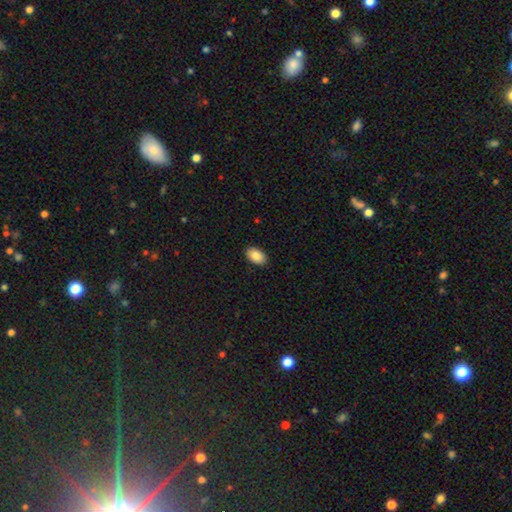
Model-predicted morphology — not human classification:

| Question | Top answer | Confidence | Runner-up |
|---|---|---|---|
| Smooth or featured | smooth | 88% | star or artifact (7%) |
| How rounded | in between | 93% | round (6%) |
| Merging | none | 90% | minor disturbance (8%) |